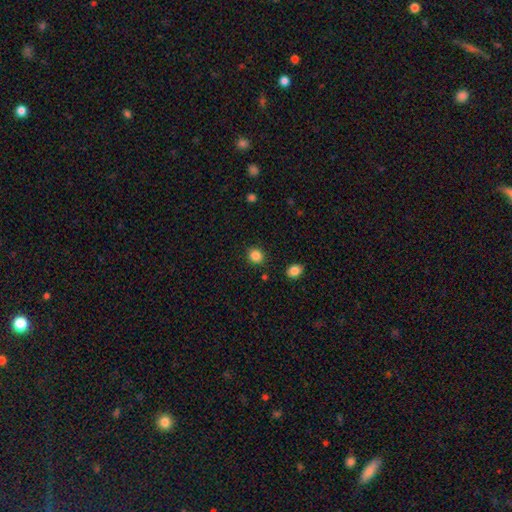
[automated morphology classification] A smooth galaxy with no disk features (86%) that is round (81%). Merging: none (88%).